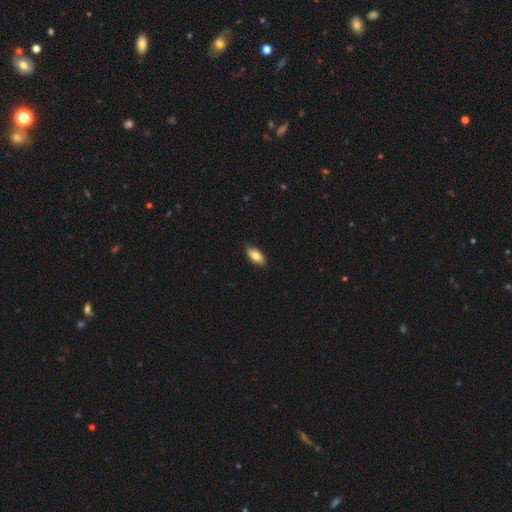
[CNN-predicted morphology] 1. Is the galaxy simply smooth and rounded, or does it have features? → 80% smooth, 13% featured or disk, 6% star or artifact.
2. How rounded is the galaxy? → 88% in between, 9% cigar-shaped, 3% round.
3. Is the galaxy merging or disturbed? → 88% none, 9% minor disturbance, 2% major disturbance, 1% merger.